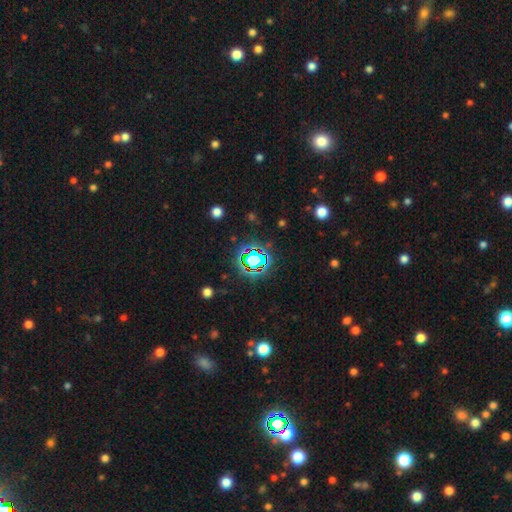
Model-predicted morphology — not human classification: smooth_or_featured: star or artifact (p=0.70) [alt: smooth p=0.20]